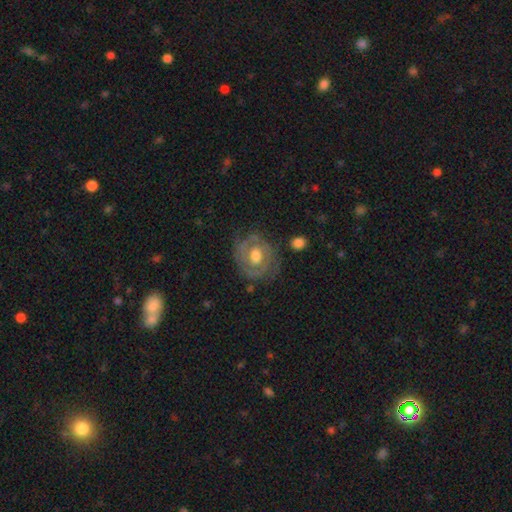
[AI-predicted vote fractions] Smooth or featured? Predicted: featured or disk (p=0.78). Edge-on disk? Predicted: no (p=0.97). Bar? Predicted: no (p=0.59). Spiral arms? Predicted: yes (p=0.81). Spiral winding? Predicted: tight (p=0.67). Spiral arm count? Predicted: 2 (p=0.60). Bulge size? Predicted: moderate (p=0.73). Merging? Predicted: none (p=0.74).